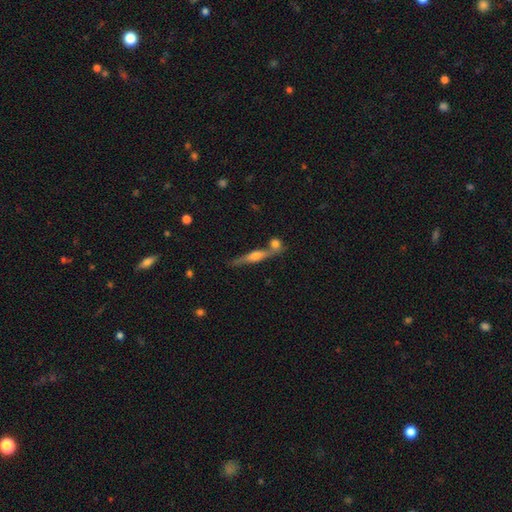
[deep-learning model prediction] Overall: featured or disk (70%). Edge-on disk: yes (95%). Edge-on bulge: rounded (84%). Merging: none (68%).